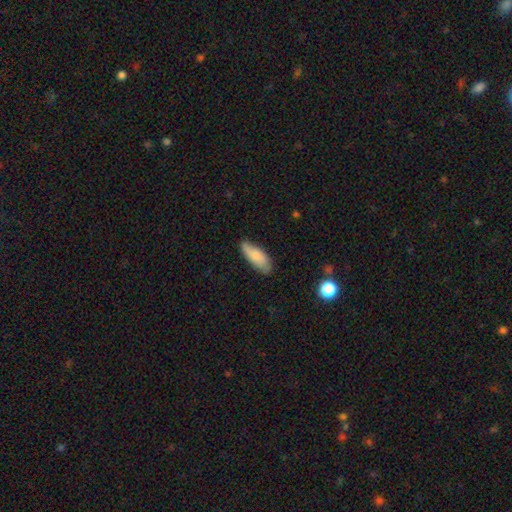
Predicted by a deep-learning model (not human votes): A smooth galaxy with no disk features (79%) that is in between round and cigar-shaped (71%). Merging: none (71%).